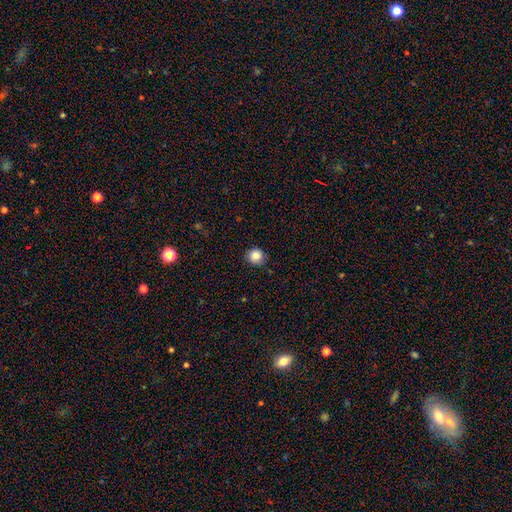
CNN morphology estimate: This appears to be a smooth galaxy with no disk features (86%) that is round (91%). Merging: none (88%).